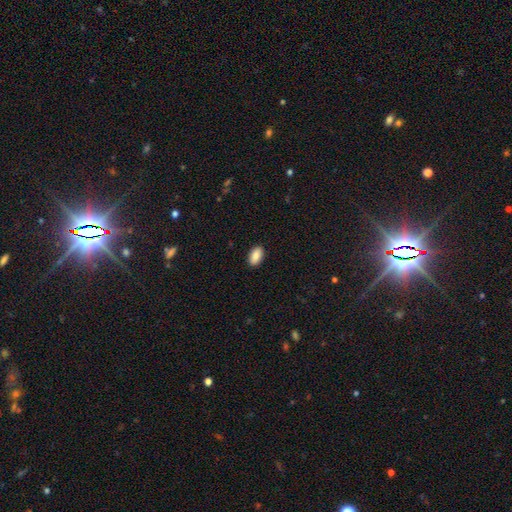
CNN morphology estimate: Smooth or featured? Predicted: smooth (p=0.88). How rounded? Predicted: in between (p=0.94). Merging? Predicted: none (p=0.90).